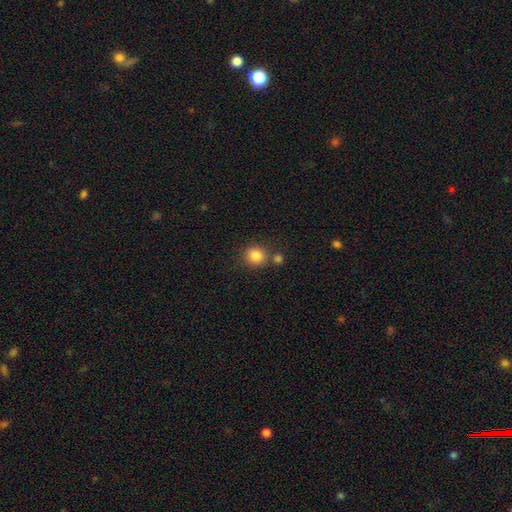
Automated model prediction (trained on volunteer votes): Overall: smooth (84%). How rounded: round (88%). Merging: none (72%).